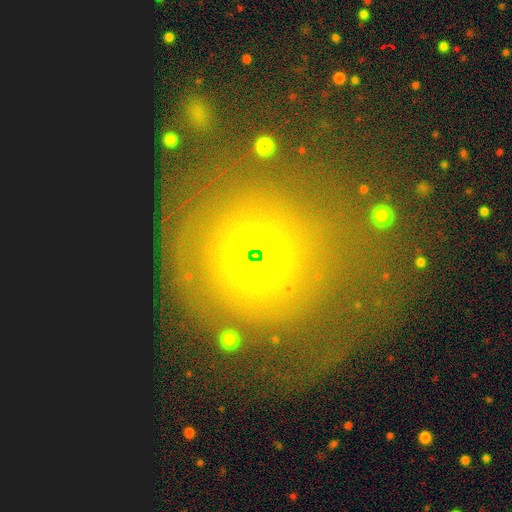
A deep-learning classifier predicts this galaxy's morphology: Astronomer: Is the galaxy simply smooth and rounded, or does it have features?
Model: smooth — 43% (runner-up: featured or disk, 35%).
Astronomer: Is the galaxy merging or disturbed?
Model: none — 62%.